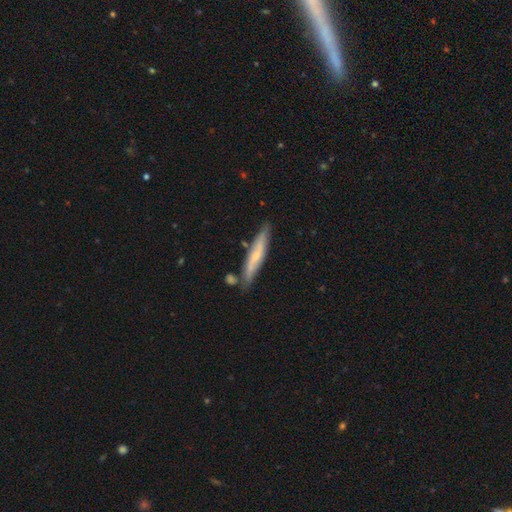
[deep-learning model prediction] The model was most divided on "smooth or featured": featured or disk: 50%, smooth: 45%, star or artifact: 6%. More confident: merging — none (73%).